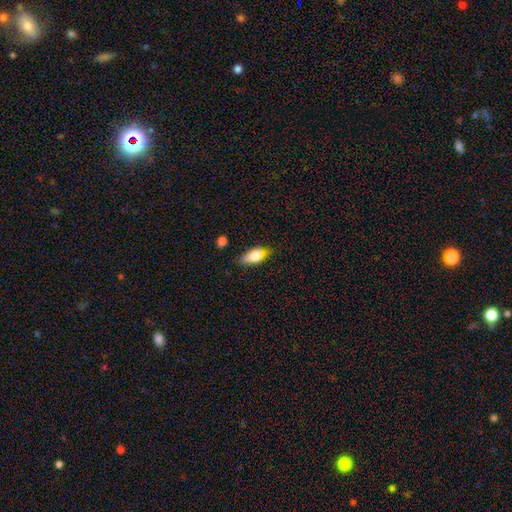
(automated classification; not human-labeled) smooth_or_featured: smooth (p=0.74) [alt: featured or disk p=0.18]
how_rounded: in between (p=0.80) [alt: cigar-shaped p=0.16]
merging: none (p=0.68) [alt: minor disturbance p=0.23]